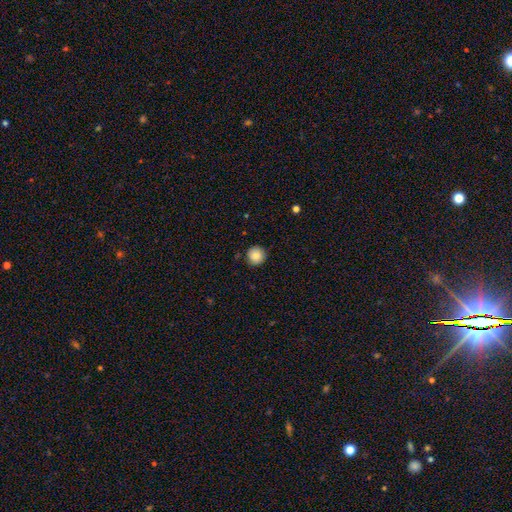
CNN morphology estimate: This is clearly a smooth galaxy (86%). How rounded: clearly round (96%). Merging: clearly none (90%).